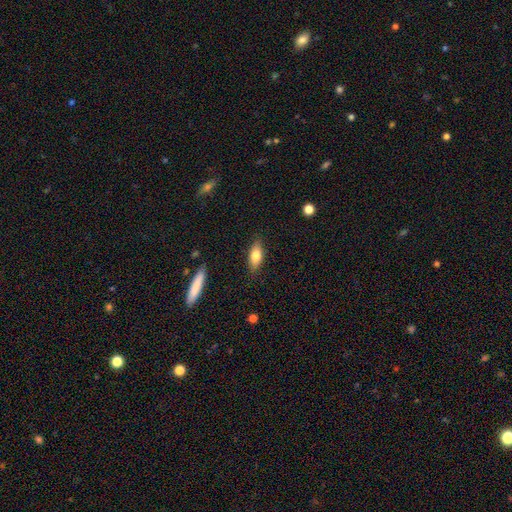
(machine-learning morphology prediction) type=smooth (77%); roundness=in between (80%); merging=none (86%).